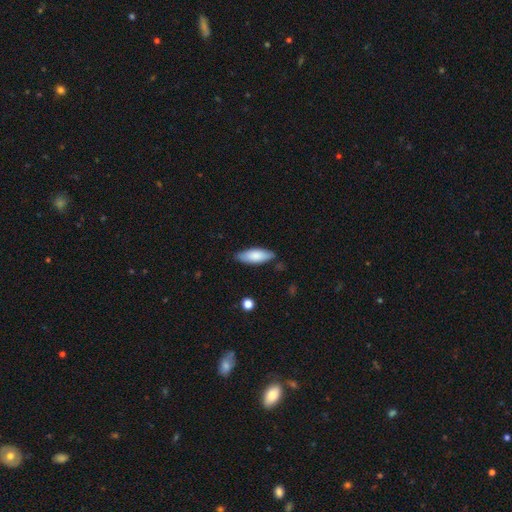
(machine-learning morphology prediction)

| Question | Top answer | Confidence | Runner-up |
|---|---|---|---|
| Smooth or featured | smooth | 81% | featured or disk (13%) |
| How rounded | in between | 70% | cigar-shaped (28%) |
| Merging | none | 80% | minor disturbance (16%) |